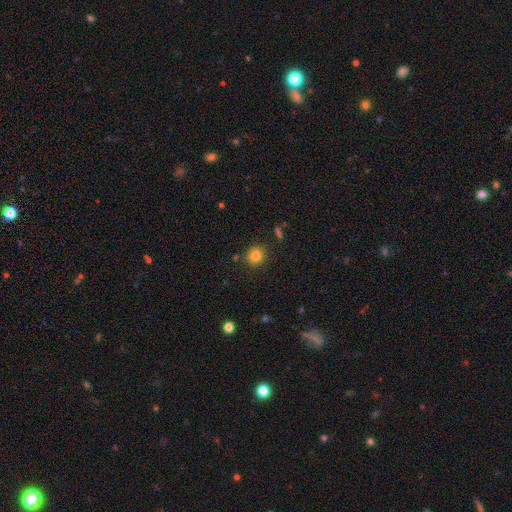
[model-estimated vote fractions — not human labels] This is clearly a smooth galaxy (81%). How rounded: clearly round (82%). Merging: clearly none (86%).